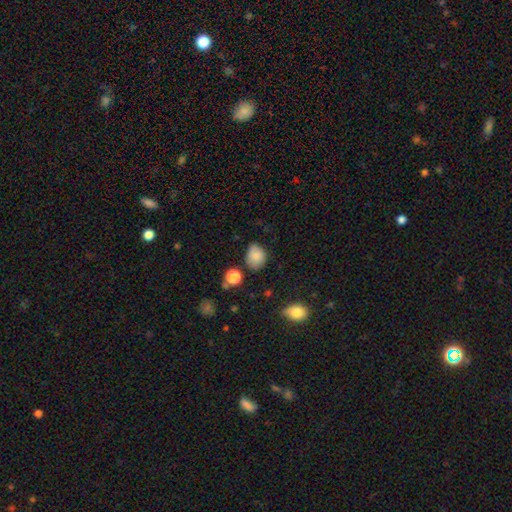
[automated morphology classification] type=smooth (83%); roundness=in between (63%); merging=none (67%).